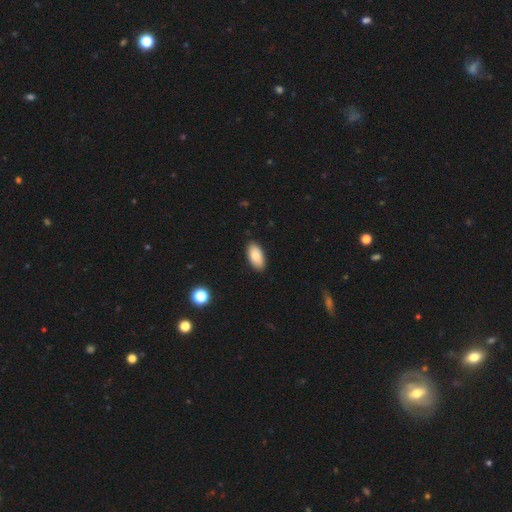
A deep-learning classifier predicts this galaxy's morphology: smooth_or_featured: smooth (p=0.84) [alt: featured or disk p=0.09]
how_rounded: in between (p=0.94) [alt: cigar-shaped p=0.04]
merging: none (p=0.88) [alt: minor disturbance p=0.09]